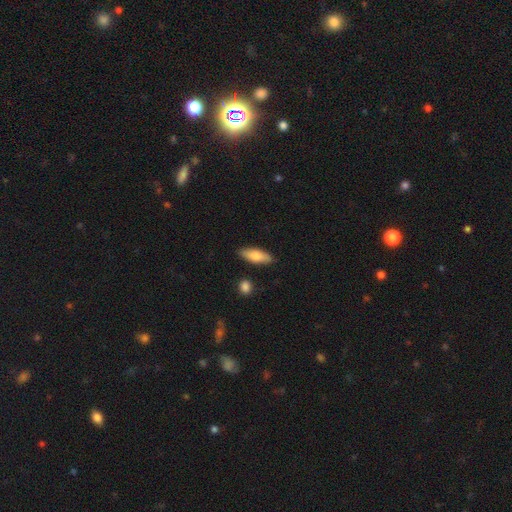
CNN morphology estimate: type=smooth (77%); roundness=in between (64%); merging=none (85%).